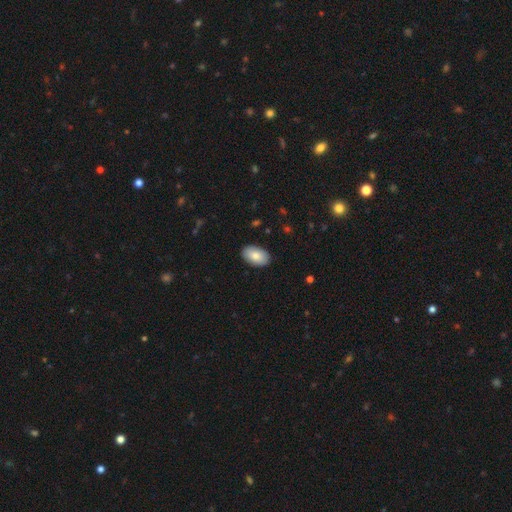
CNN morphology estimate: Smooth or featured? smooth (82%)
How rounded? in between (93%)
Merging? none (89%)